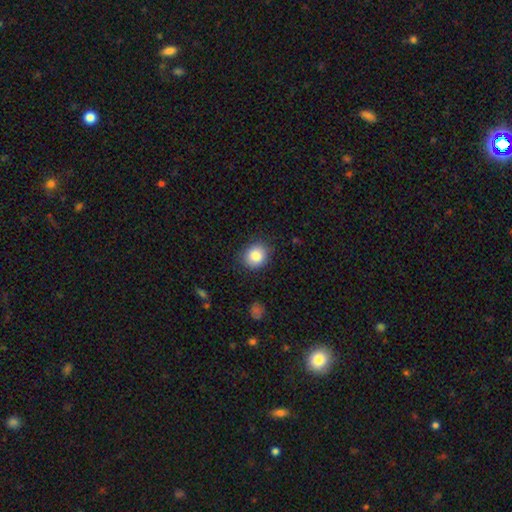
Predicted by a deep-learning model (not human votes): Overall: smooth (85%). How rounded: round (75%). Merging: none (84%).